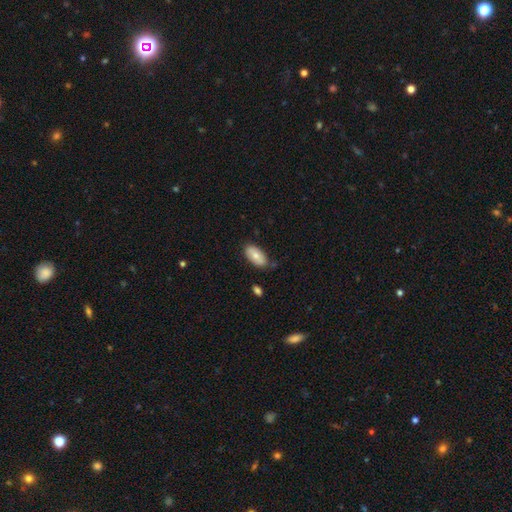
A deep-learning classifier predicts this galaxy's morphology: Overall: smooth (72%). How rounded: in between (93%). Merging: none (78%).